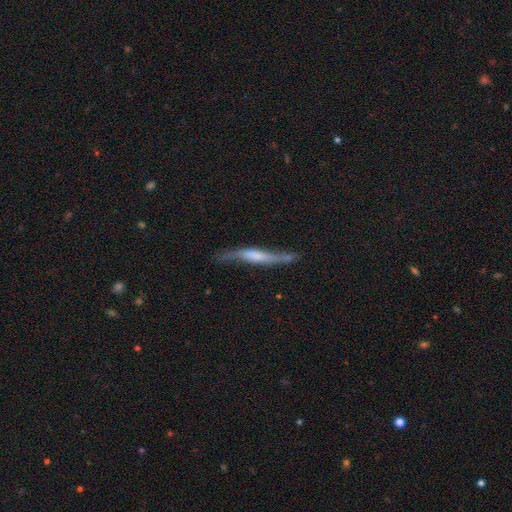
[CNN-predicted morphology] Overall: featured or disk (62%; smooth 32%). Edge-on disk: yes (67%; no 33%). Merging: none (58%; minor disturbance 27%).